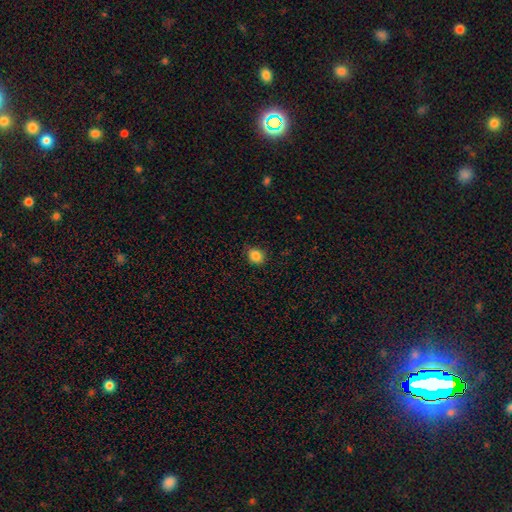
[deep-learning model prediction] A smooth galaxy with no disk features (85%) that is round (76%). Merging: none (87%).